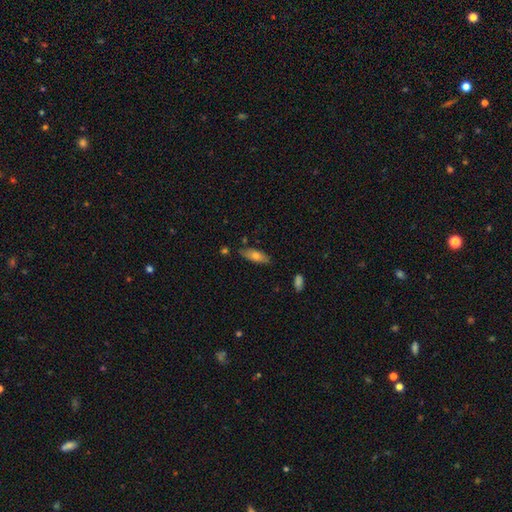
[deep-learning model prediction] Morphology: type=smooth (66%); roundness=in between (64%); merging=none (78%).